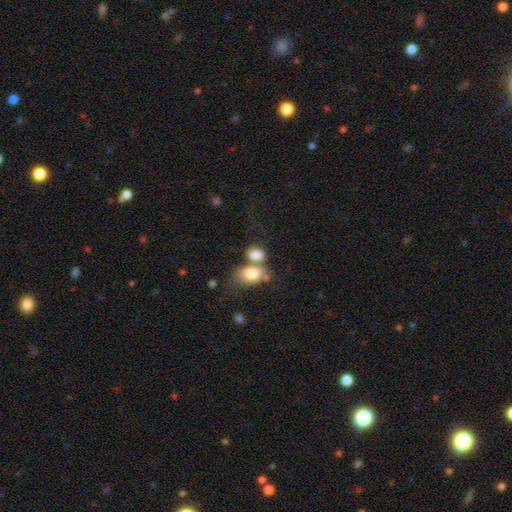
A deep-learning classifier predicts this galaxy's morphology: This appears to be a smooth galaxy with no disk features (79%) that is in between round and cigar-shaped (77%). Merging: merger (59%).